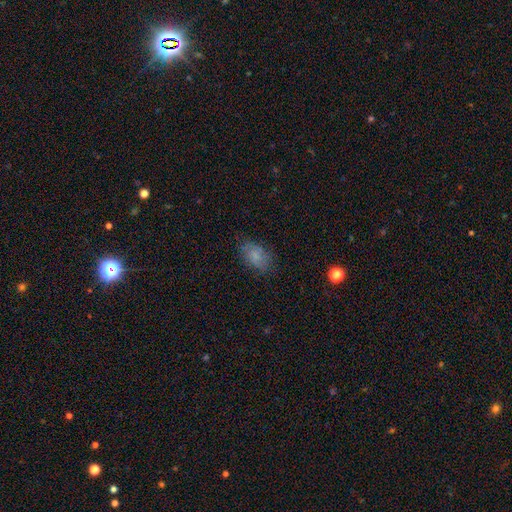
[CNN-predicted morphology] A smooth galaxy with no disk features (74%) that is in between round and cigar-shaped (86%). Merging: none (75%).